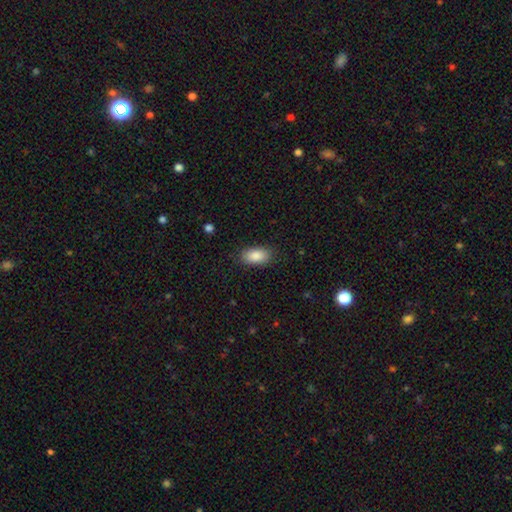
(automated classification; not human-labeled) The model was most divided on "merging": none: 86%, minor disturbance: 10%, major disturbance: 3%, merger: 1%. More confident: how rounded — in between (93%); smooth or featured — smooth (88%).